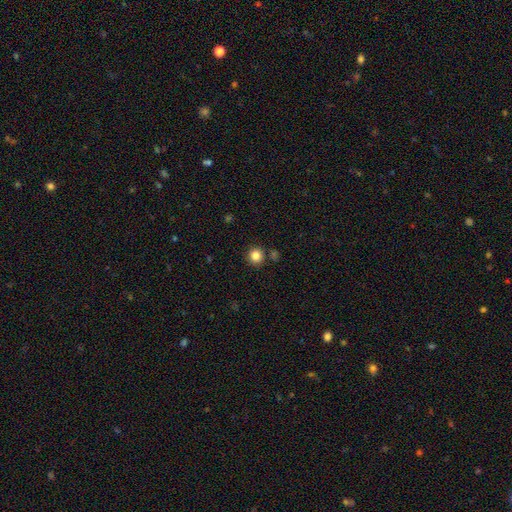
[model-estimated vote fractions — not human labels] Smooth or featured: smooth — 84% (star or artifact — 12%)
How rounded: round — 94% (in between — 5%)
Merging: none — 86% (minor disturbance — 7%)